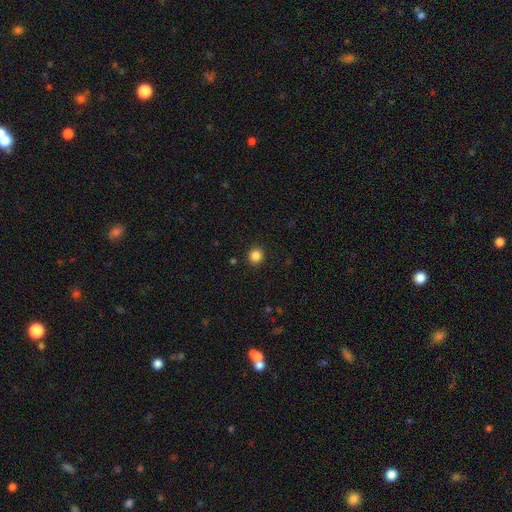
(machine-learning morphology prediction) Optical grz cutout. It shows a smooth galaxy with no disk features (85%) that is round (91%). Merging: none (92%).